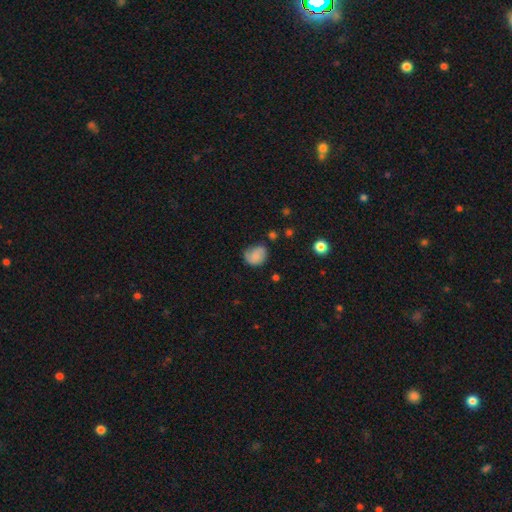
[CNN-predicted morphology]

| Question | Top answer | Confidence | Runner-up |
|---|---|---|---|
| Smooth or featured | smooth | 71% | featured or disk (20%) |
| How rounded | round | 56% | in between (43%) |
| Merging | none | 54% | minor disturbance (32%) |